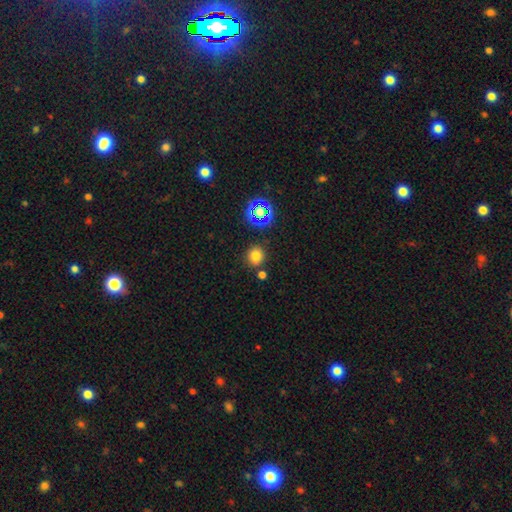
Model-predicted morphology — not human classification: type=smooth (75%); roundness=round (83%); merging=none (80%).